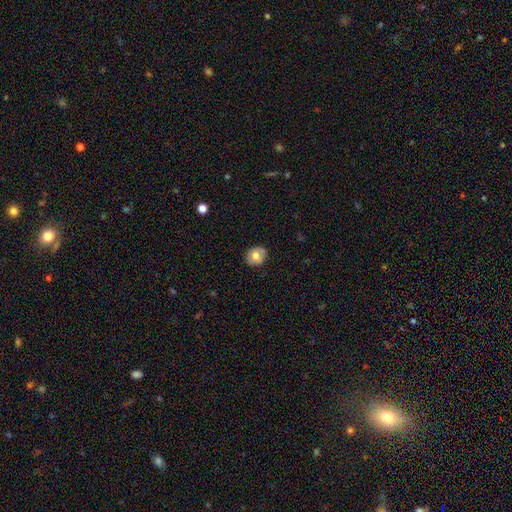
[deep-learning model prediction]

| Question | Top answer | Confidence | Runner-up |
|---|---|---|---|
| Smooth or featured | smooth | 68% | featured or disk (24%) |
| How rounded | round | 66% | in between (33%) |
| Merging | none | 84% | minor disturbance (13%) |